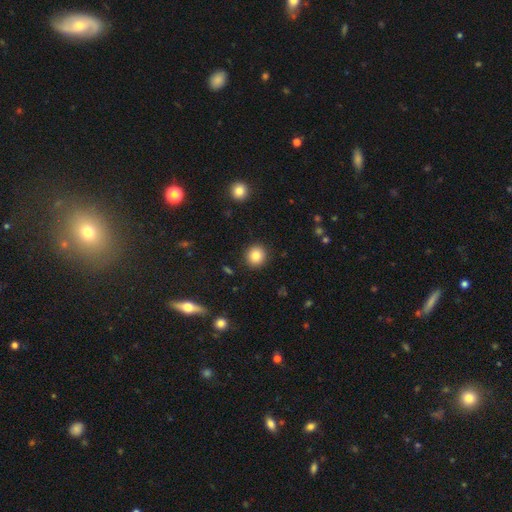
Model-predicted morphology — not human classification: Smooth or featured? Predicted: smooth (p=0.84). How rounded? Predicted: round (p=0.90). Merging? Predicted: none (p=0.91).